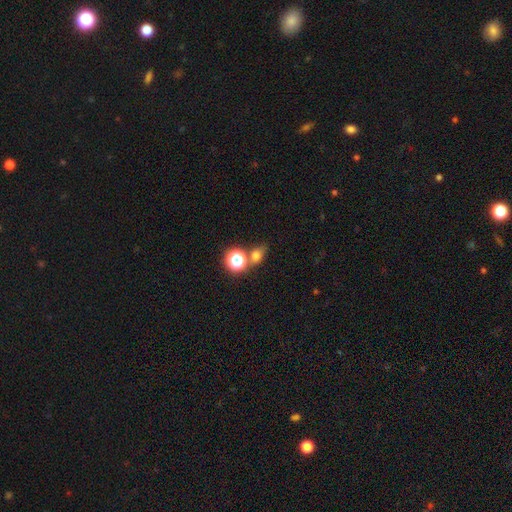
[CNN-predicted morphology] A smooth galaxy with no disk features (66%) that is round (50%).

Vote fractions:
- Smooth or featured? smooth: 66% / star or artifact: 25% / featured or disk: 9%
- How rounded? round: 50% / in between: 47% / cigar-shaped: 3%
- Merging? none: 62% / merger: 20% / minor disturbance: 12% / major disturbance: 5%